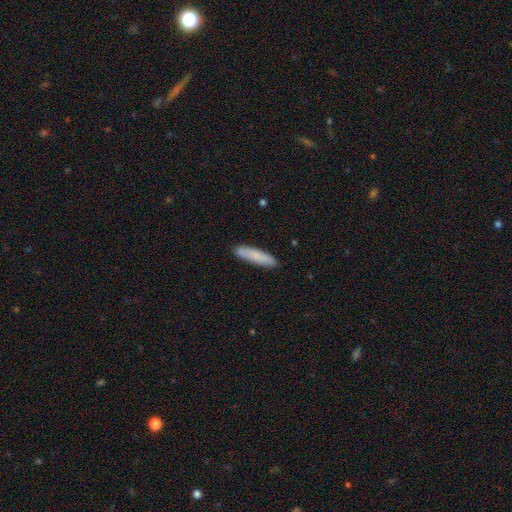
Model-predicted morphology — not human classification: smooth_or_featured: smooth (p=0.82) [alt: featured or disk p=0.12]
how_rounded: cigar-shaped (p=0.84) [alt: in between p=0.15]
merging: none (p=0.89) [alt: minor disturbance p=0.08]